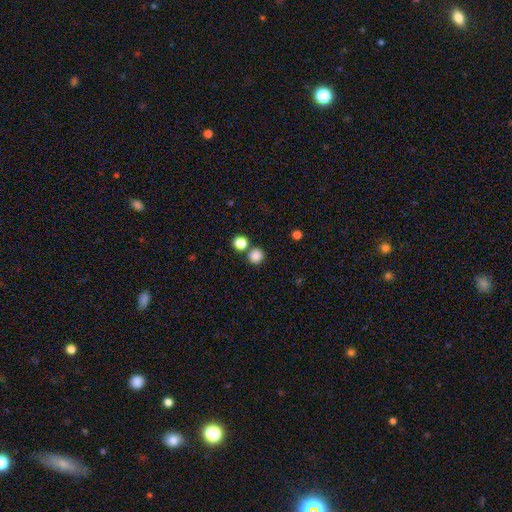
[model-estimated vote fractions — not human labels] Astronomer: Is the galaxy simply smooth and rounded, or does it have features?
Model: smooth — 84%.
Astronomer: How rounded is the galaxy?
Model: round — 91%.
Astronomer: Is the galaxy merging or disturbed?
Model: none — 76%.